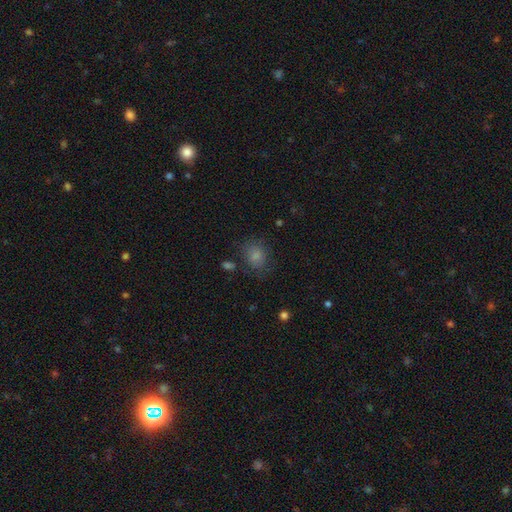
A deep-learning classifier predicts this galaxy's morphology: type=smooth (79%); roundness=round (60%); merging=none (68%).